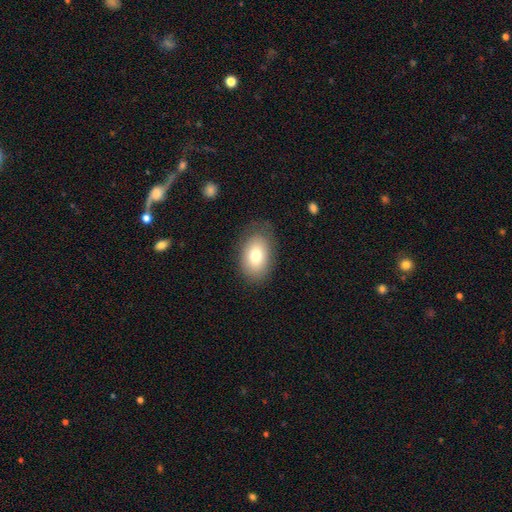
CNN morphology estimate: Smooth or featured? smooth (78%)
How rounded? in between (85%)
Merging? none (78%)